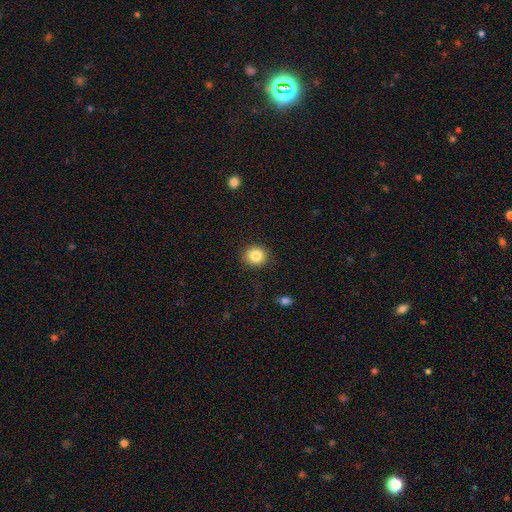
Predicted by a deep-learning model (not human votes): This appears to be a smooth galaxy with no disk features (84%) that is round (88%). Merging: none (89%).